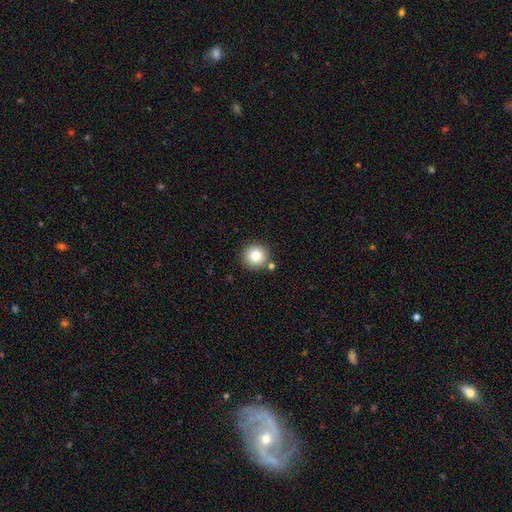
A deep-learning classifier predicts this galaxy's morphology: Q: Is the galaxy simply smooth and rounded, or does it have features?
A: smooth — 82%.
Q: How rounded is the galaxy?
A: round — 95%.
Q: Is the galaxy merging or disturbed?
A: none — 84%.